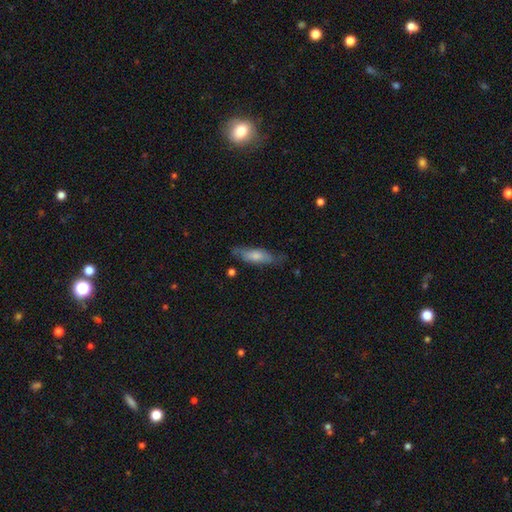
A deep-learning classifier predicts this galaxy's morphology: Overall: smooth (68%). How rounded: in between (53%; cigar-shaped 46%). Merging: none (63%; minor disturbance 27%).